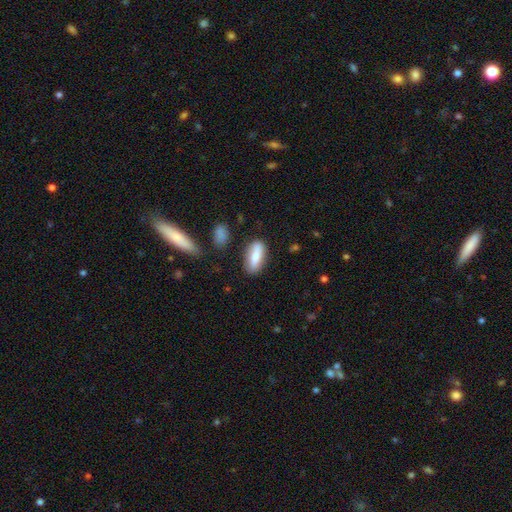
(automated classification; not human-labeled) Morphology: type=smooth (69%); roundness=in between (69%); merging=none (81%).